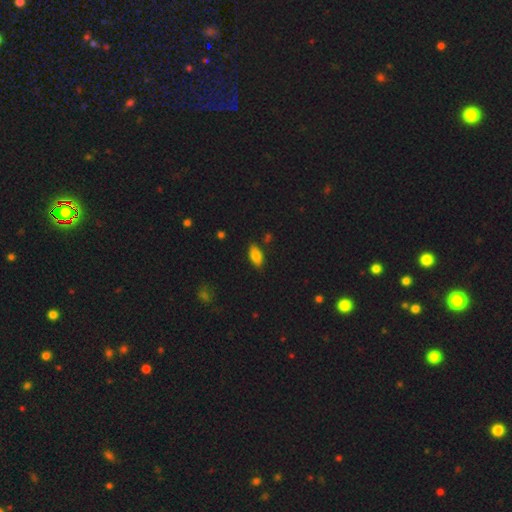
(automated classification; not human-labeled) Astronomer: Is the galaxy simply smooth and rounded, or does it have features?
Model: smooth — 83%.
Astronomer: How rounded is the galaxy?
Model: in between — 90%.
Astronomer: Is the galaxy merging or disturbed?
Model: none — 82%.